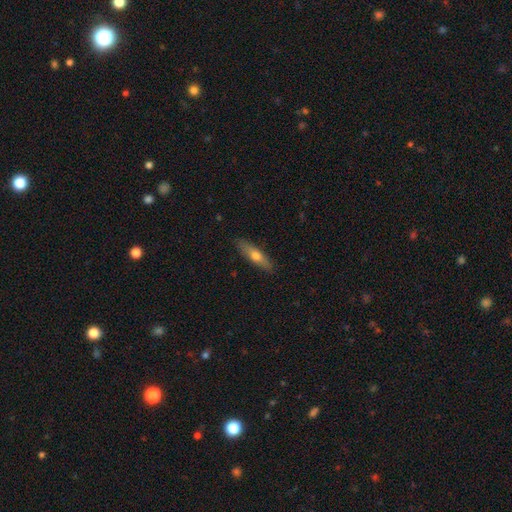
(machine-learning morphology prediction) This appears to be a smooth galaxy with no disk features (59%) that is cigar-shaped (65%). Merging: none (87%).